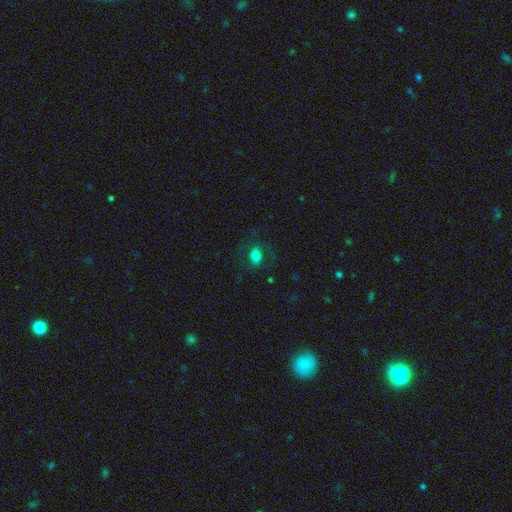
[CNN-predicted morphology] Q: Smooth or featured?
A: smooth (74%); runner-up: featured or disk (14%)
Q: How rounded?
A: in between (61%); runner-up: round (38%)
Q: Merging?
A: none (76%); runner-up: minor disturbance (14%)